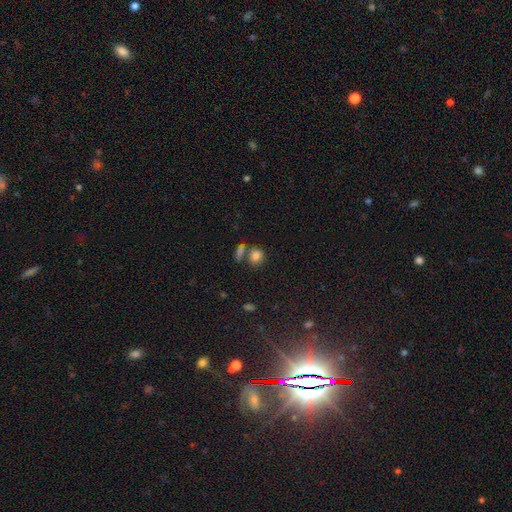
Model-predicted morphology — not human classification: A smooth galaxy with no disk features (82%) that is round (60%).

Vote fractions:
- Smooth or featured? smooth: 82% / star or artifact: 11% / featured or disk: 7%
- How rounded? round: 60% / in between: 38% / cigar-shaped: 2%
- Merging? none: 54% / merger: 28% / minor disturbance: 12% / major disturbance: 5%